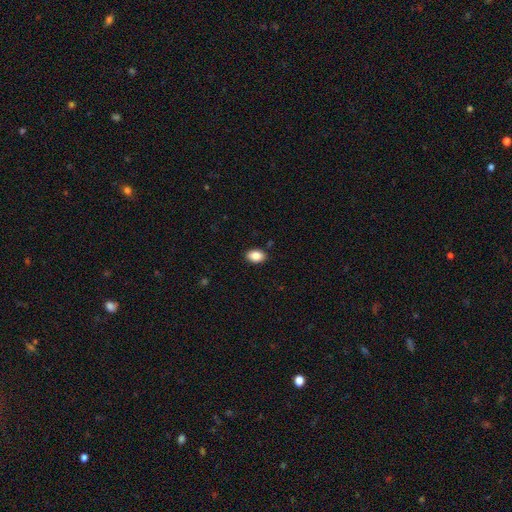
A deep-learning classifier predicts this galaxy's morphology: This appears to be a smooth galaxy with no disk features (87%) that is in between round and cigar-shaped (86%). Merging: none (88%).